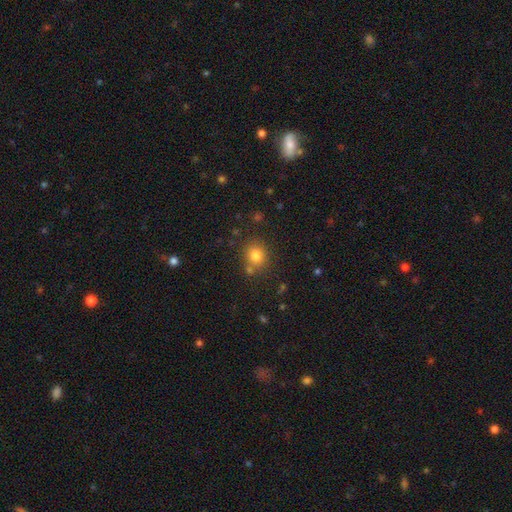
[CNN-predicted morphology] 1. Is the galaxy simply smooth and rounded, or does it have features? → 80% smooth, 13% star or artifact, 7% featured or disk.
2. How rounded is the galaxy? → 79% round, 20% in between, 1% cigar-shaped.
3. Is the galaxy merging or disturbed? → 75% none, 11% minor disturbance, 10% merger, 4% major disturbance.